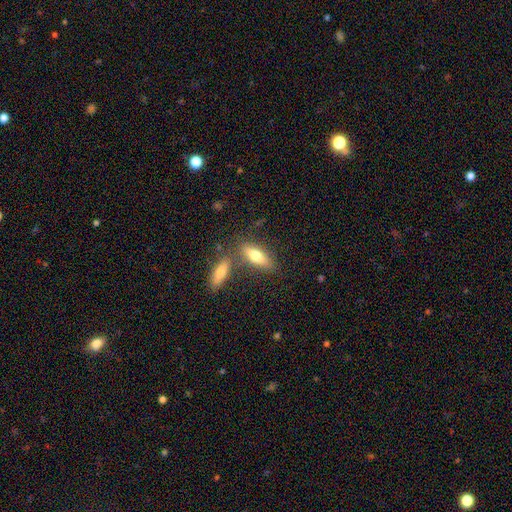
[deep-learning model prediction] Overall: smooth (69%). How rounded: in between (63%; cigar-shaped 33%). Merging: none (64%).